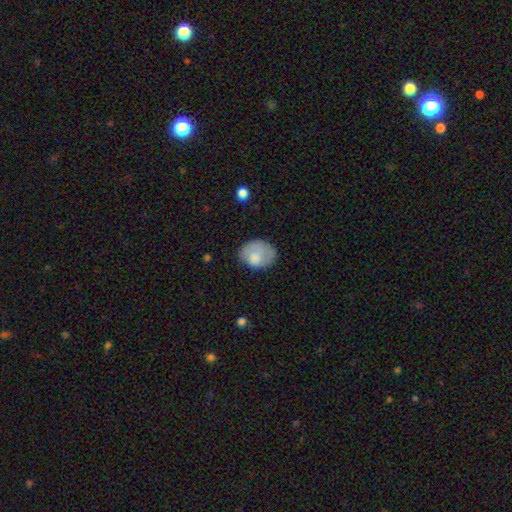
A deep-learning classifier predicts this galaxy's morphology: A smooth galaxy with no disk features (75%) that is in between round and cigar-shaped (60%). Merging: none (55%).